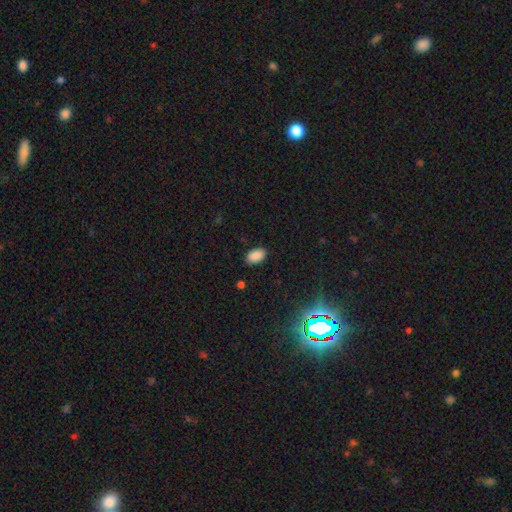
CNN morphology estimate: Smooth or featured? Predicted: smooth (p=0.88). How rounded? Predicted: in between (p=0.93). Merging? Predicted: none (p=0.87).